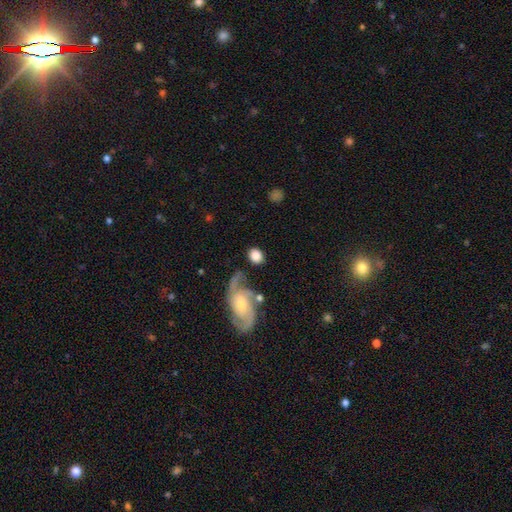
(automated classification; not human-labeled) A smooth galaxy with no disk features (74%) that is round (62%).

Vote fractions:
- Smooth or featured? smooth: 74% / featured or disk: 19% / star or artifact: 7%
- How rounded? round: 62% / in between: 36% / cigar-shaped: 2%
- Merging? none: 65% / minor disturbance: 15% / merger: 11% / major disturbance: 9%